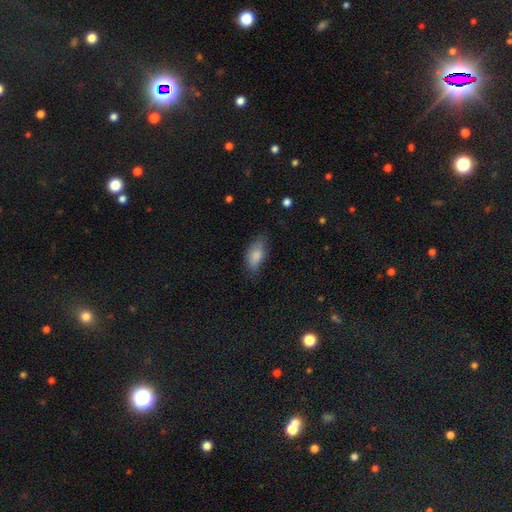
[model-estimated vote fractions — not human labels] This is clearly a smooth galaxy (82%). How rounded: clearly in between (89%). Merging: possibly none (56%).